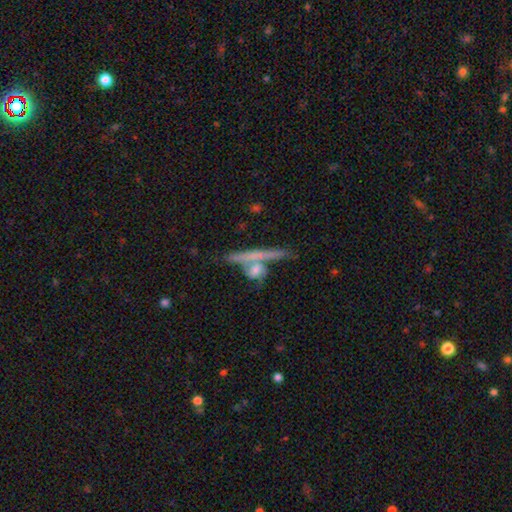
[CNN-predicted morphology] The model was most divided on "smooth or featured": featured or disk: 51%, smooth: 40%, star or artifact: 10%. More confident: edge-on disk — yes (84%); merging — none (55%).